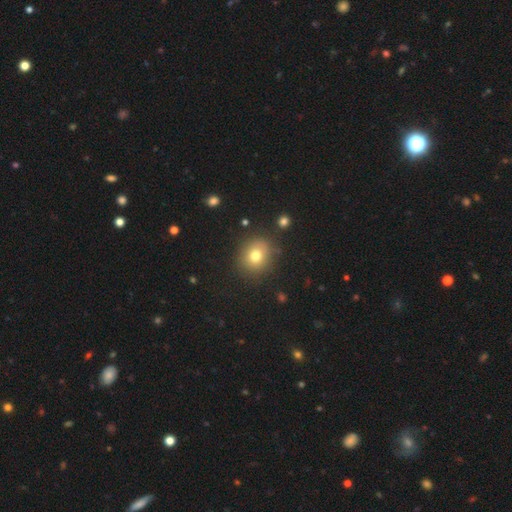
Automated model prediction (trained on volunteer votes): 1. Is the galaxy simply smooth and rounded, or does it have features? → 76% smooth, 13% star or artifact, 11% featured or disk.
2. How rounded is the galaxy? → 74% round, 25% in between, 1% cigar-shaped.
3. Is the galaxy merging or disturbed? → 85% none, 10% minor disturbance, 3% major disturbance, 2% merger.